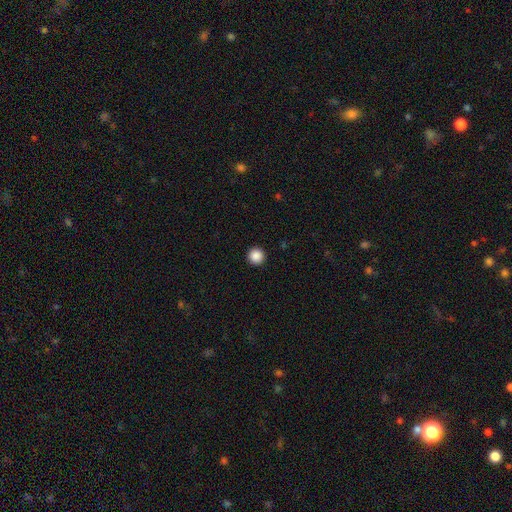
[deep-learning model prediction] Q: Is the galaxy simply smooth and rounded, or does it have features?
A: smooth — 88%.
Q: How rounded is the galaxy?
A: round — 96%.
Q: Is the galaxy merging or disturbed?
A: none — 94%.